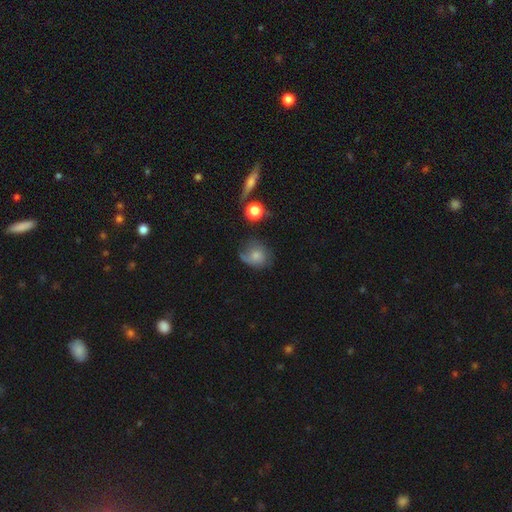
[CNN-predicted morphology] A smooth galaxy with no disk features (63%) that is round (66%). Merging: none (44%).